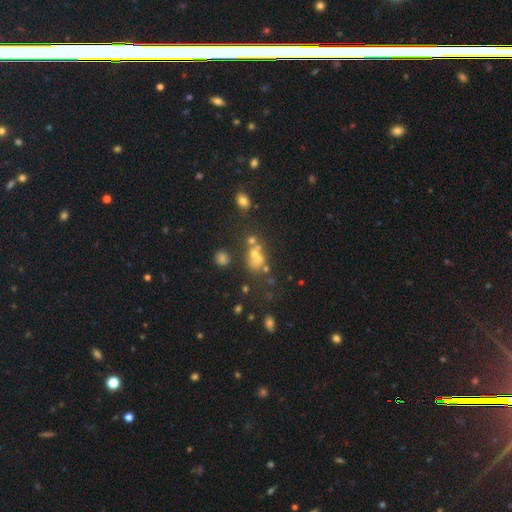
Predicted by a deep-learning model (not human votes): A smooth galaxy with no disk features (45%). Merging: none (42%).